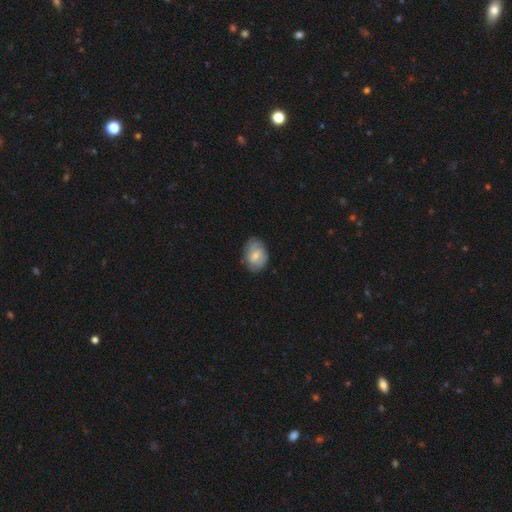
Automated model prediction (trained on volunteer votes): Overall: smooth (65%; featured or disk 28%). How rounded: in between (77%). Merging: none (73%).